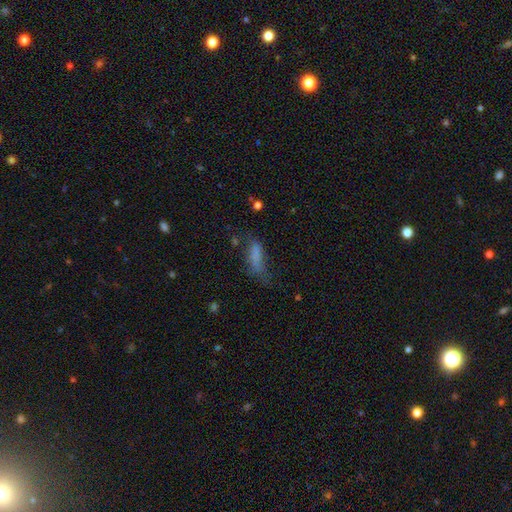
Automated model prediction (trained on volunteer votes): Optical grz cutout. It shows a smooth galaxy with no disk features (69%) that is in between round and cigar-shaped (56%). Merging: none (34%).